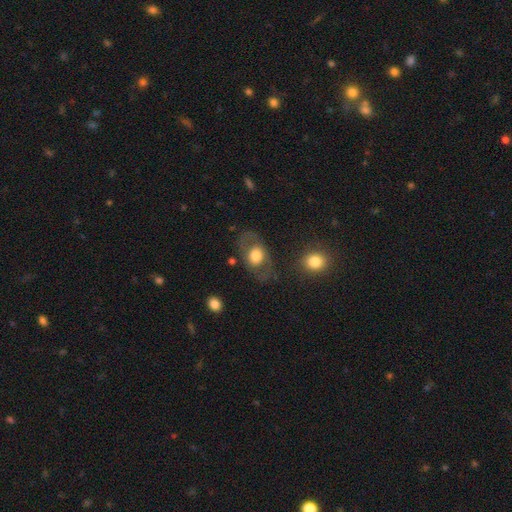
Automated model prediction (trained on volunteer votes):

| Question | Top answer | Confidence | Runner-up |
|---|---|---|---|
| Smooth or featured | smooth | 53% | featured or disk (40%) |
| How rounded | in between | 69% | round (29%) |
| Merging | none | 72% | minor disturbance (15%) |